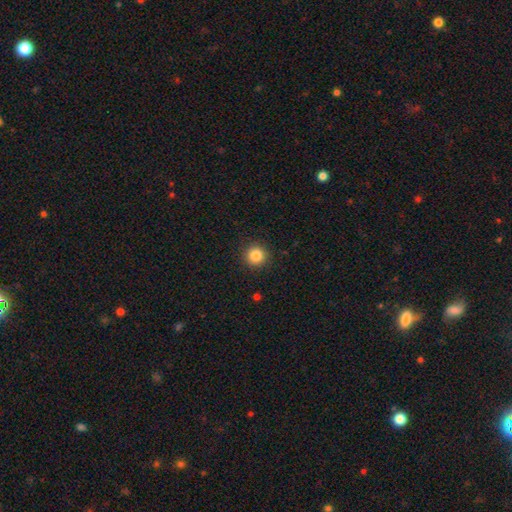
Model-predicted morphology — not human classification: Overall: smooth (85%). How rounded: round (95%). Merging: none (92%).